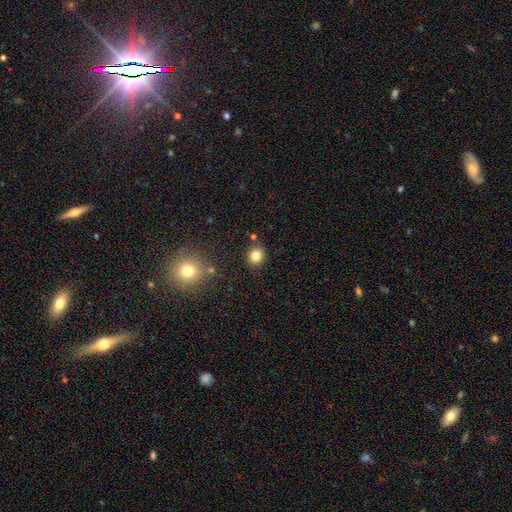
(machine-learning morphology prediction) The model was most divided on "smooth or featured": smooth: 81%, star or artifact: 12%, featured or disk: 7%. More confident: how rounded — round (87%); merging — none (86%).